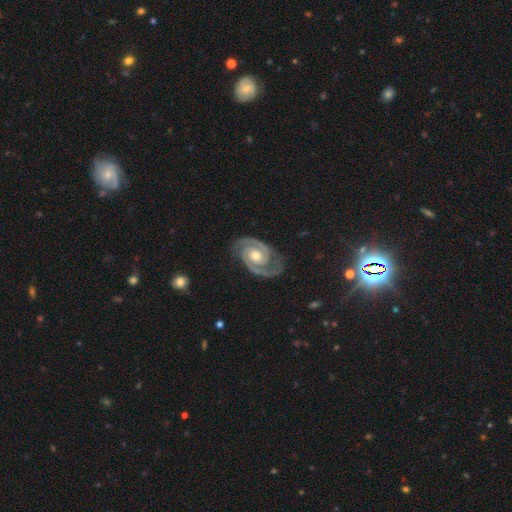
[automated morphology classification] The model was most divided on "spiral winding": tight: 60%, medium: 35%, loose: 5%. More confident: spiral arms — yes (99%); edge-on disk — no (98%); spiral arm count — 2 (93%); smooth or featured — featured or disk (93%); merging — none (82%); bulge size — moderate (75%); bar — no (64%).